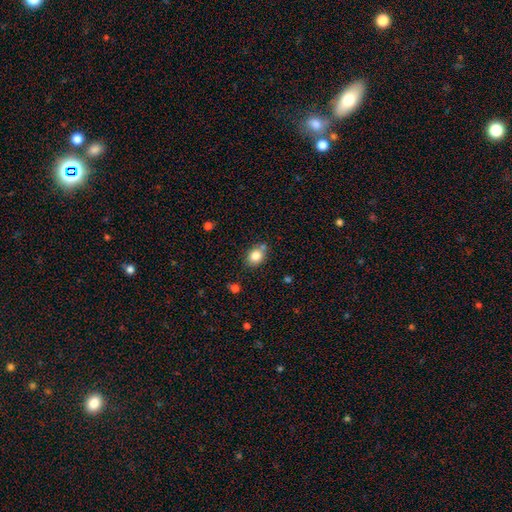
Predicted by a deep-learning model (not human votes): This is clearly a smooth galaxy (82%). How rounded: possibly round (51%). Merging: likely none (73%).